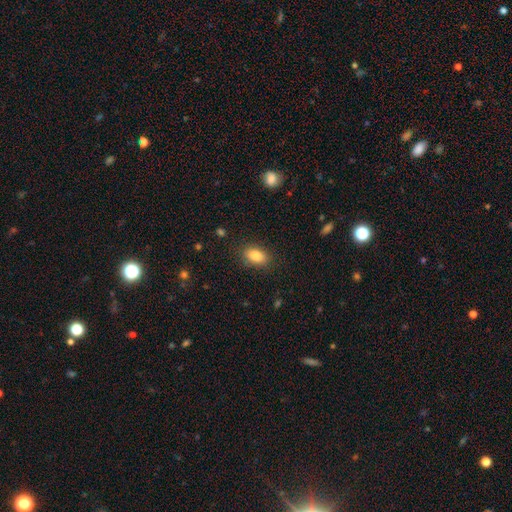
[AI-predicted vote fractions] A smooth galaxy with no disk features (85%) that is in between round and cigar-shaped (88%).

Vote fractions:
- Smooth or featured? smooth: 85% / star or artifact: 8% / featured or disk: 7%
- How rounded? in between: 88% / round: 10% / cigar-shaped: 2%
- Merging? none: 86% / minor disturbance: 10% / major disturbance: 3% / merger: 1%